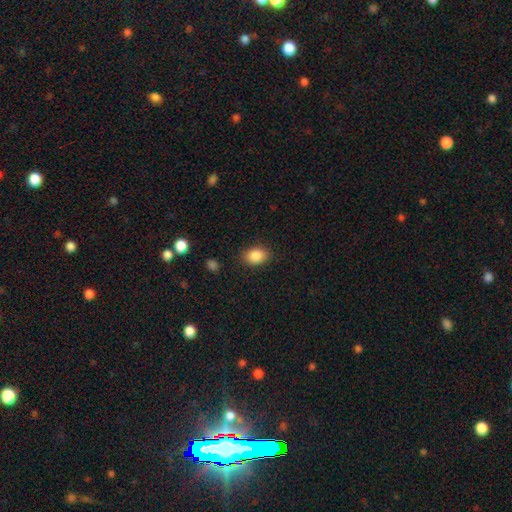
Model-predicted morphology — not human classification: Q: Smooth or featured?
A: smooth (87%); runner-up: star or artifact (8%)
Q: How rounded?
A: in between (75%); runner-up: round (24%)
Q: Merging?
A: none (85%); runner-up: minor disturbance (10%)